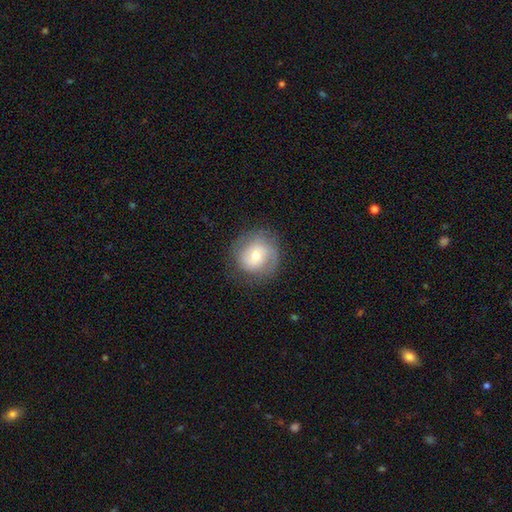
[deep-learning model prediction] Q: Smooth or featured?
A: featured or disk (53%); runner-up: smooth (39%)
Q: Edge-on disk?
A: no (97%); runner-up: yes (3%)
Q: Bar?
A: no (55%); runner-up: weak (36%)
Q: Spiral arms?
A: yes (82%); runner-up: no (18%)
Q: Bulge size?
A: moderate (48%); runner-up: small (44%)
Q: Merging?
A: none (79%); runner-up: minor disturbance (13%)